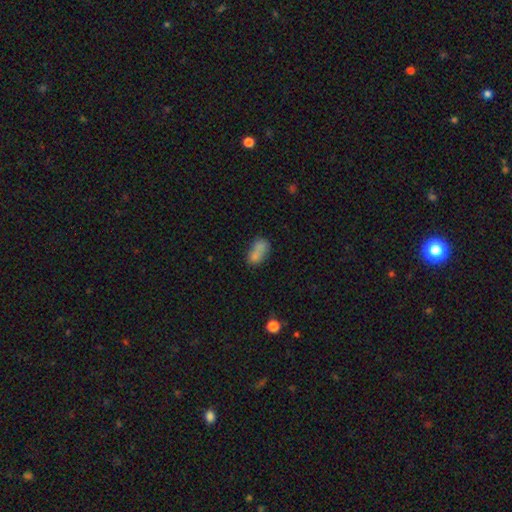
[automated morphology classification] Smooth or featured? smooth (73%)
How rounded? in between (82%)
Merging? merger (38%, tied with none)